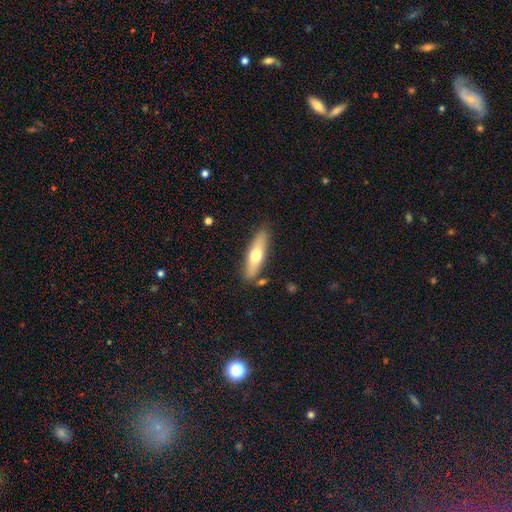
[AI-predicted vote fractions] Smooth or featured: smooth — 59% (featured or disk — 35%)
How rounded: cigar-shaped — 64% (in between — 34%)
Merging: none — 83% (minor disturbance — 11%)